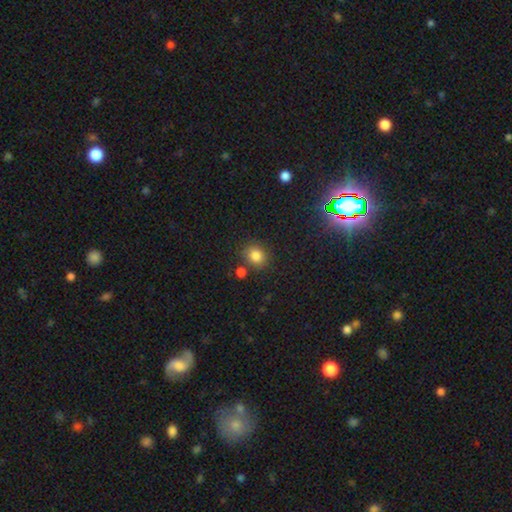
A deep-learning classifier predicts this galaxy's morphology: Smooth or featured? Predicted: smooth (p=0.82). How rounded? Predicted: round (p=0.66). Merging? Predicted: none (p=0.76).